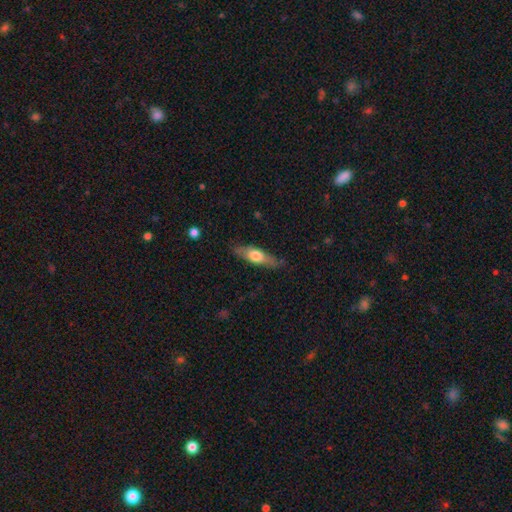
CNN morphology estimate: Smooth or featured?
  - smooth: 56% *
  - featured or disk: 39%
  - star or artifact: 6%
How rounded?
  - cigar-shaped: 57% *
  - in between: 40%
  - round: 3%
Merging?
  - none: 79% *
  - minor disturbance: 16%
  - major disturbance: 4%
  - merger: 1%